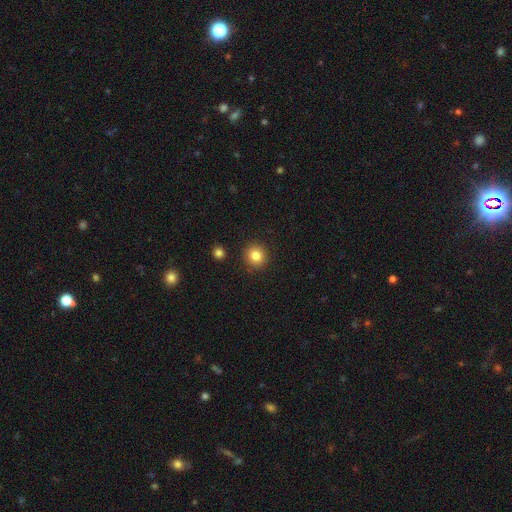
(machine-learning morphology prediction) smooth-or-featured: smooth: 84% | star or artifact: 11% | featured or disk: 6%
  how-rounded: round: 91% | in between: 8% | cigar-shaped: 1%
  merging: none: 90% | minor disturbance: 6% | major disturbance: 2% | merger: 2%